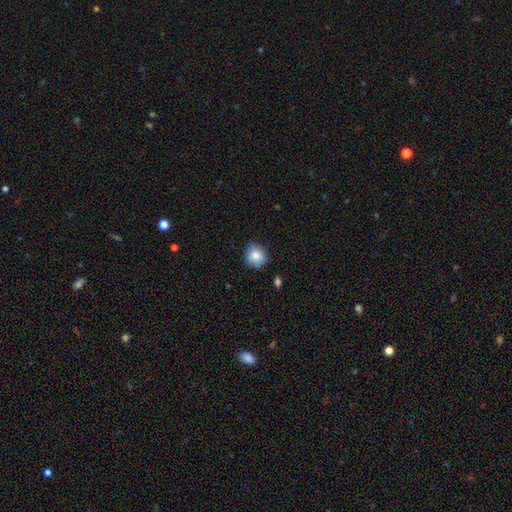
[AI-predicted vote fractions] Smooth or featured: smooth — 83% (star or artifact — 9%)
How rounded: round — 88% (in between — 11%)
Merging: none — 81% (minor disturbance — 15%)